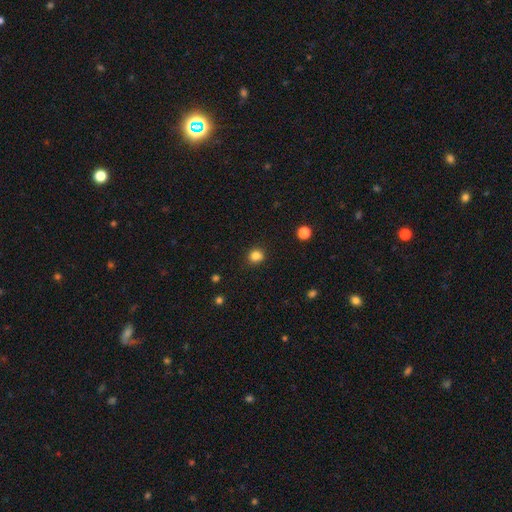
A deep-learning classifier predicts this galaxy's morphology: A smooth galaxy with no disk features (84%) that is round (83%).

Vote fractions:
- Smooth or featured? smooth: 84% / star or artifact: 12% / featured or disk: 4%
- How rounded? round: 83% / in between: 16% / cigar-shaped: 1%
- Merging? none: 89% / minor disturbance: 8% / major disturbance: 2% / merger: 1%